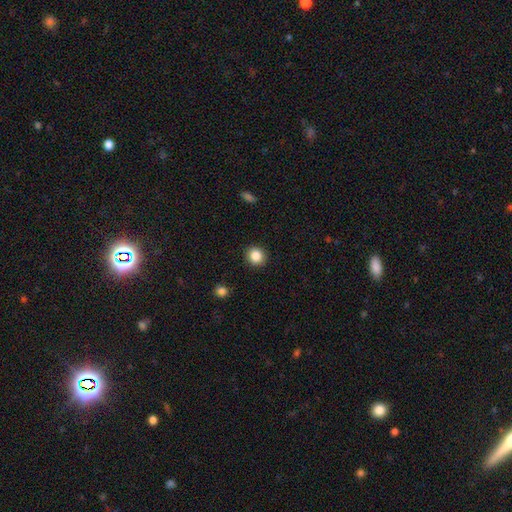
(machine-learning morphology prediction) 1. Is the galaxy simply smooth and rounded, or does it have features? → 85% smooth, 10% star or artifact, 4% featured or disk.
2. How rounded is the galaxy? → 88% round, 11% in between, 1% cigar-shaped.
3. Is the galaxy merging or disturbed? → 91% none, 6% minor disturbance, 2% major disturbance, 1% merger.